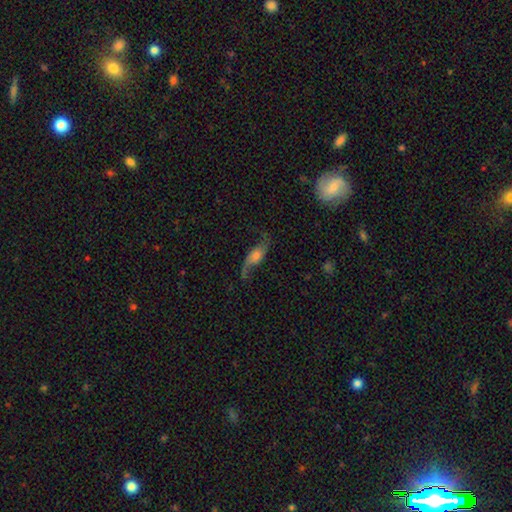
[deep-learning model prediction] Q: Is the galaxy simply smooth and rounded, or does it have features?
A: featured or disk — 66%.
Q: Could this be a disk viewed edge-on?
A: no — 87%.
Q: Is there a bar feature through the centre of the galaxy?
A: no — 64%.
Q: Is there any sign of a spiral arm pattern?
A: yes — 90%.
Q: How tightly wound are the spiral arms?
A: loose — 85%.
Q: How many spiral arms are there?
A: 2 — 86%.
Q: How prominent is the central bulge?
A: moderate — 38%.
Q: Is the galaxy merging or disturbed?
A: none — 61%.